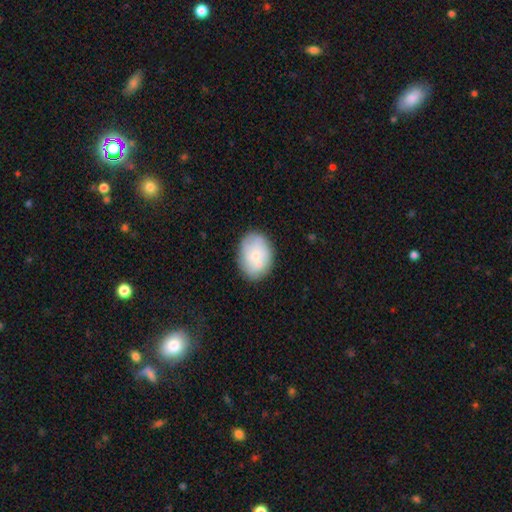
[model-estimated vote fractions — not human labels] This appears to be a smooth galaxy with no disk features (66%) that is in between round and cigar-shaped (76%). Merging: none (74%).